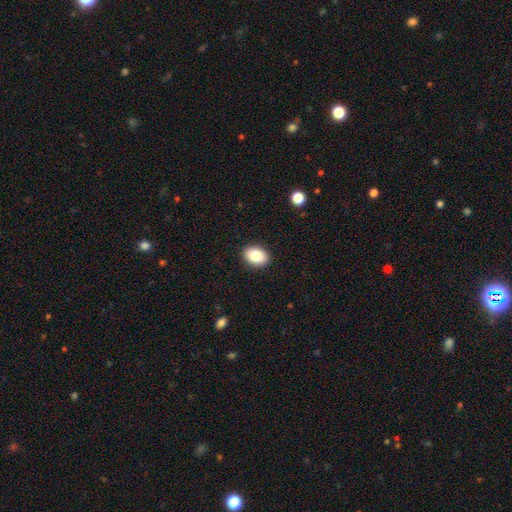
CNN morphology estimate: A smooth galaxy with no disk features (84%) that is in between round and cigar-shaped (78%). Merging: none (90%).